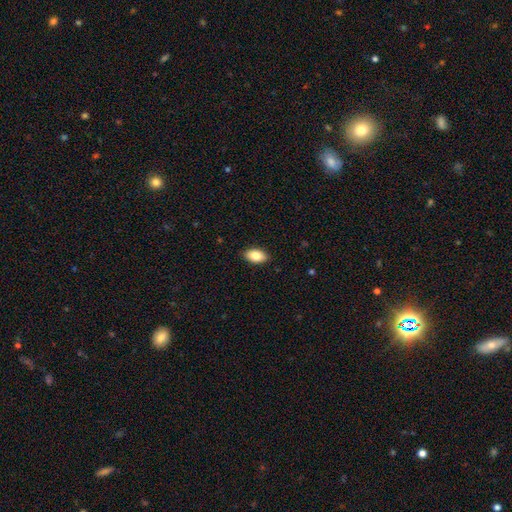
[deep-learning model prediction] Morphology: type=smooth (85%); roundness=in between (94%); merging=none (89%).